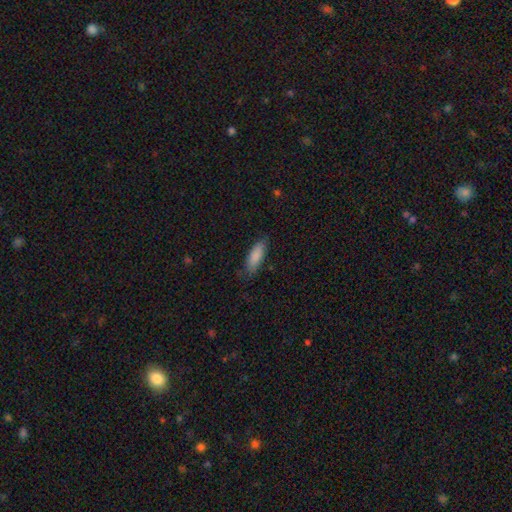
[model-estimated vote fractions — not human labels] smooth_or_featured: smooth (p=0.87) [alt: featured or disk p=0.07]
how_rounded: in between (p=0.67) [alt: cigar-shaped p=0.31]
merging: none (p=0.76) [alt: minor disturbance p=0.19]